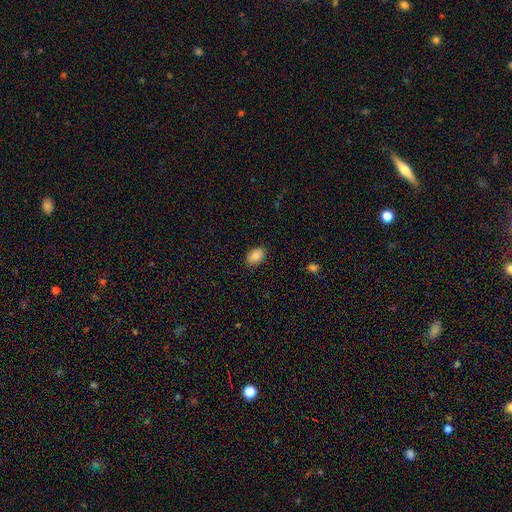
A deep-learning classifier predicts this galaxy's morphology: smooth 87%, star or artifact 8%, featured or disk 5%. Down the decision tree: how rounded — in between (85%); merging — none (85%).